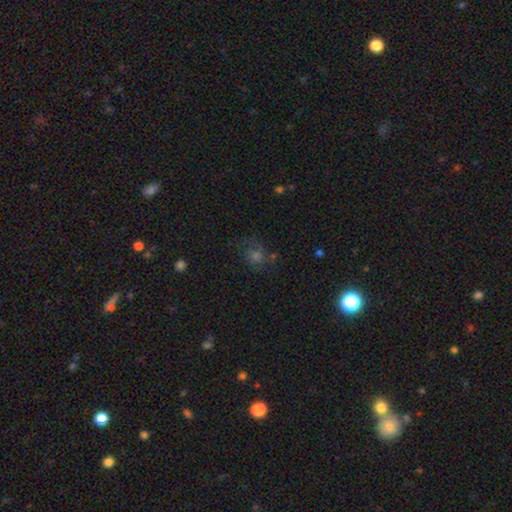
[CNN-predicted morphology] Smooth or featured? Predicted: smooth (p=0.42). Merging? Predicted: none (p=0.65).